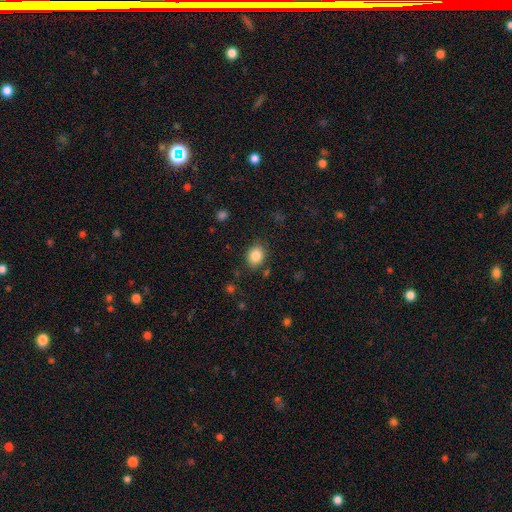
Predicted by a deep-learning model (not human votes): A smooth galaxy with no disk features (85%) that is in between round and cigar-shaped (52%).

Vote fractions:
- Smooth or featured? smooth: 85% / star or artifact: 9% / featured or disk: 5%
- How rounded? in between: 52% / round: 47% / cigar-shaped: 1%
- Merging? none: 84% / minor disturbance: 11% / major disturbance: 3% / merger: 2%